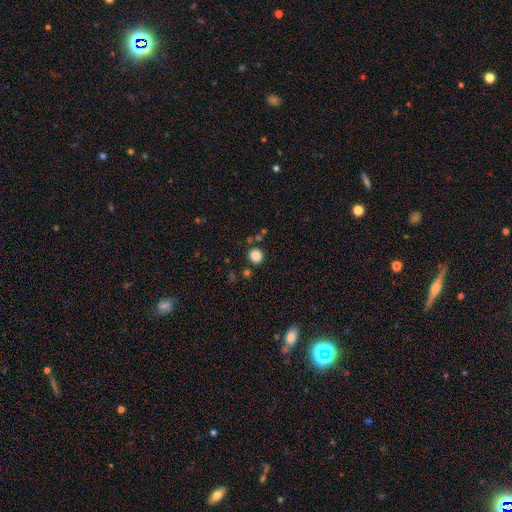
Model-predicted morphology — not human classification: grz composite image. It shows a smooth galaxy with no disk features (85%) that is round (88%). Merging: none (84%).